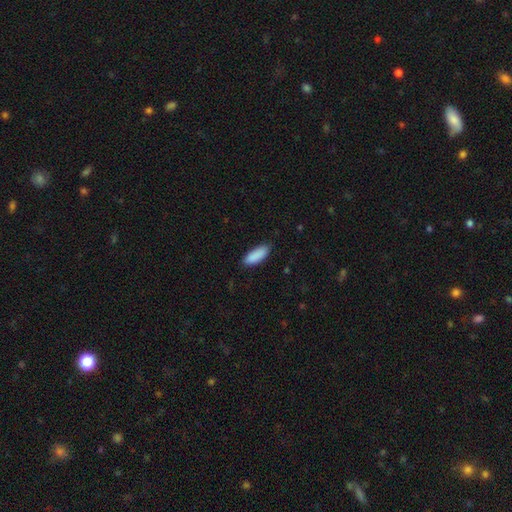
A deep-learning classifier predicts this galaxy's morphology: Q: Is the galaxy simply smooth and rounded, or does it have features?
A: smooth — 90%.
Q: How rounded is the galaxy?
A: in between — 71%.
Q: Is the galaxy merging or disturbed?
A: none — 81%.